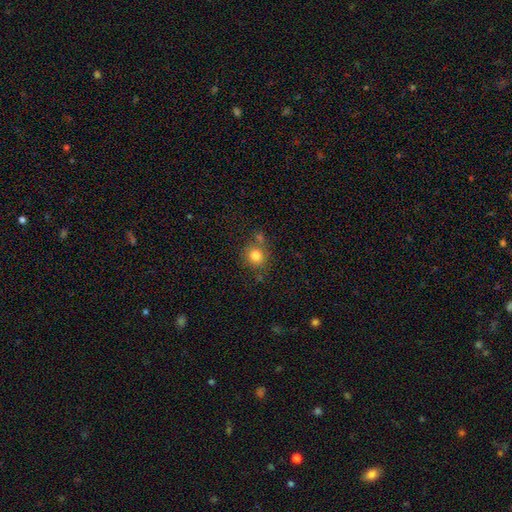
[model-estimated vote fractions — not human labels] Smooth or featured? smooth (81%)
How rounded? round (86%)
Merging? none (70%)